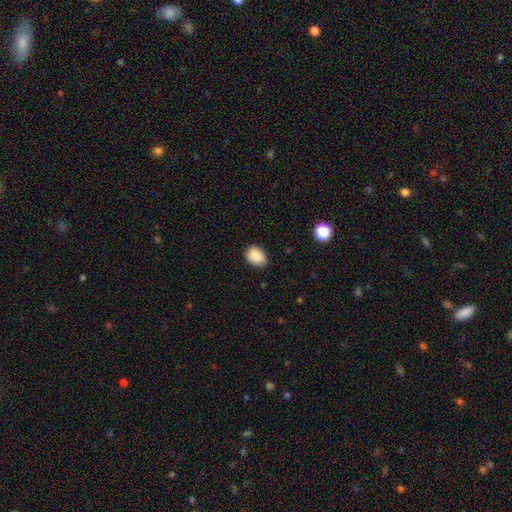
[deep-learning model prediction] Smooth or featured?
  - smooth: 88% *
  - star or artifact: 8%
  - featured or disk: 4%
How rounded?
  - in between: 75% *
  - round: 24%
  - cigar-shaped: 1%
Merging?
  - none: 79% *
  - minor disturbance: 17%
  - major disturbance: 3%
  - merger: 1%